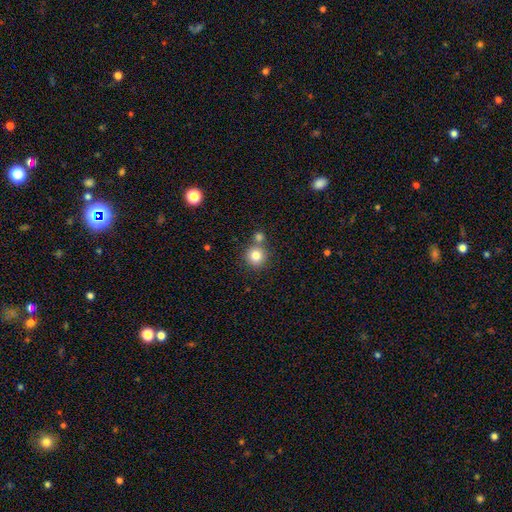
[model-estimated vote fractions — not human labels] smooth 81%, star or artifact 11%, featured or disk 8%. Down the decision tree: how rounded — round (93%); merging — none (68%).